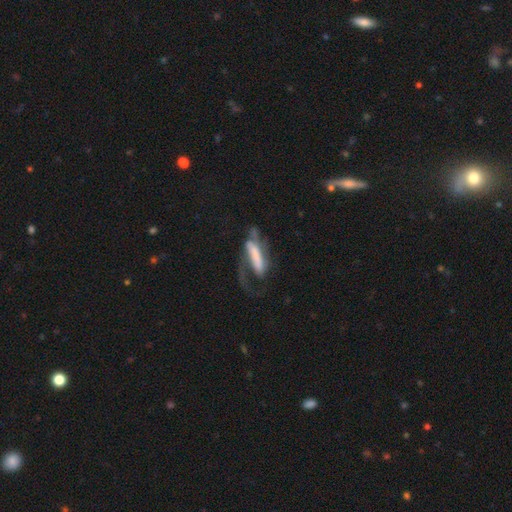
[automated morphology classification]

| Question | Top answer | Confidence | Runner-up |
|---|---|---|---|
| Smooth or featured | featured or disk | 50% | smooth (43%) |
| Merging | major disturbance | 51% | none (26%) |